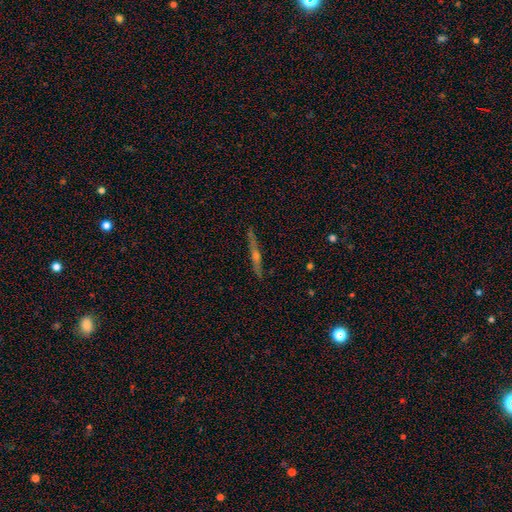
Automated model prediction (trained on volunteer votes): smooth_or_featured: featured or disk (p=0.76) [alt: smooth p=0.17]
disk_edge_on: yes (p=0.97) [alt: no p=0.03]
edge_on_bulge: rounded (p=0.87) [alt: none p=0.09]
merging: none (p=0.89) [alt: minor disturbance p=0.08]